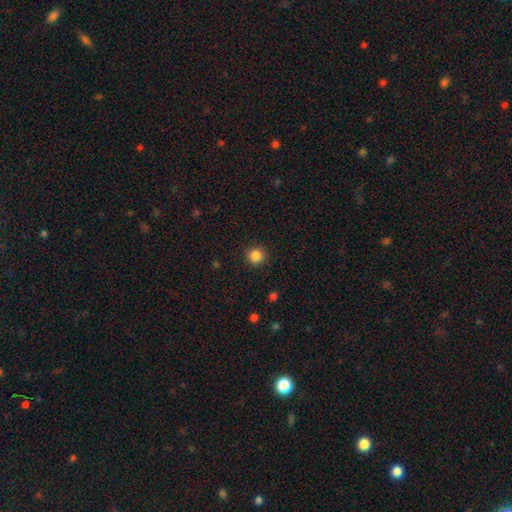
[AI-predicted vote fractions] smooth_or_featured: smooth (p=0.86) [alt: star or artifact p=0.11]
how_rounded: round (p=0.94) [alt: in between p=0.05]
merging: none (p=0.91) [alt: minor disturbance p=0.06]